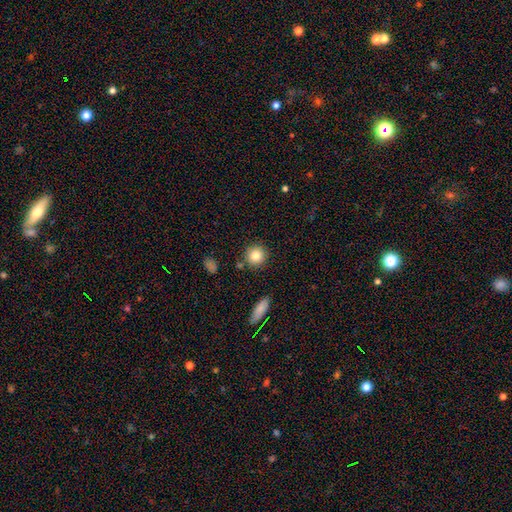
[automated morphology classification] smooth 83%, star or artifact 9%, featured or disk 8%. Down the decision tree: how rounded — round (92%); merging — none (87%).